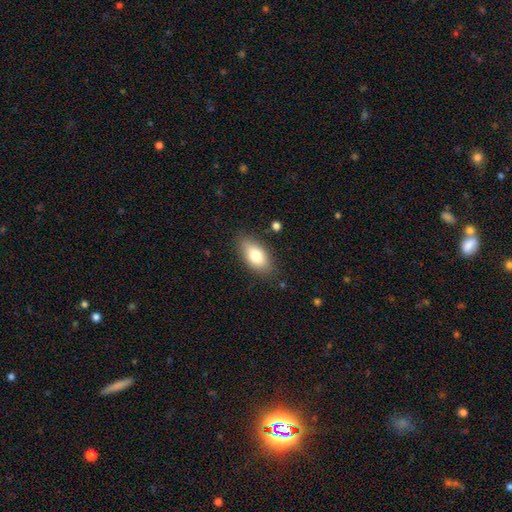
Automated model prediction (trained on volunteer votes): Q: Smooth or featured?
A: smooth (80%); runner-up: featured or disk (13%)
Q: How rounded?
A: in between (90%); runner-up: cigar-shaped (5%)
Q: Merging?
A: none (82%); runner-up: minor disturbance (13%)